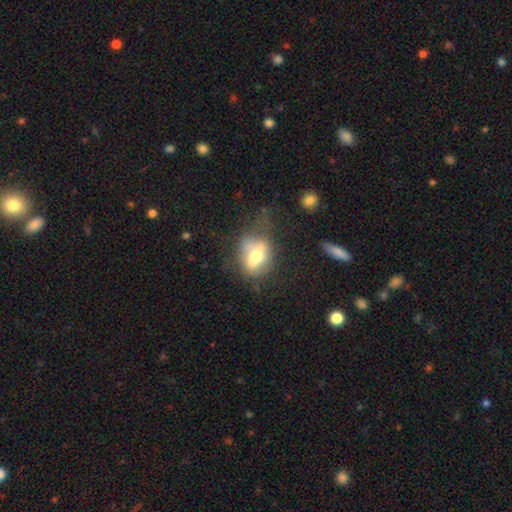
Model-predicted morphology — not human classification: This appears to be a smooth galaxy with no disk features (52%) that is in between round and cigar-shaped (69%). Merging: none (50%).